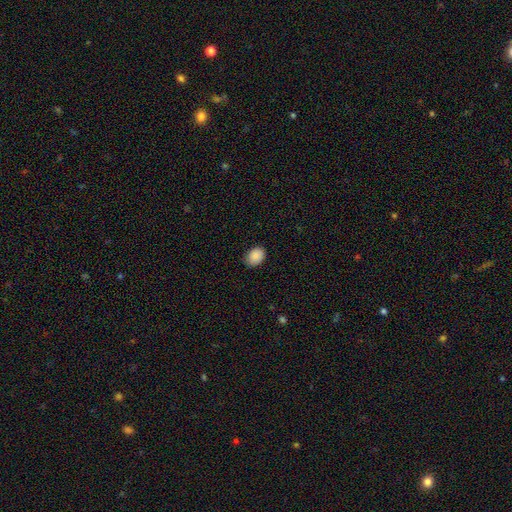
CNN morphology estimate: Smooth or featured? Predicted: smooth (p=0.89). How rounded? Predicted: in between (p=0.69). Merging? Predicted: none (p=0.84).